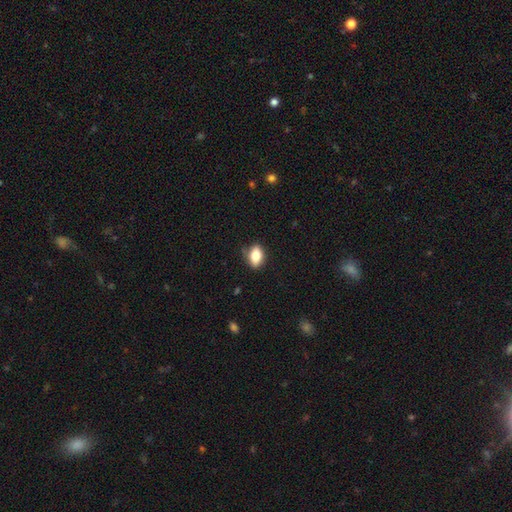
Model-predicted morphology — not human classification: Smooth or featured: smooth — 80% (featured or disk — 12%)
How rounded: in between — 84% (round — 12%)
Merging: none — 78% (minor disturbance — 17%)